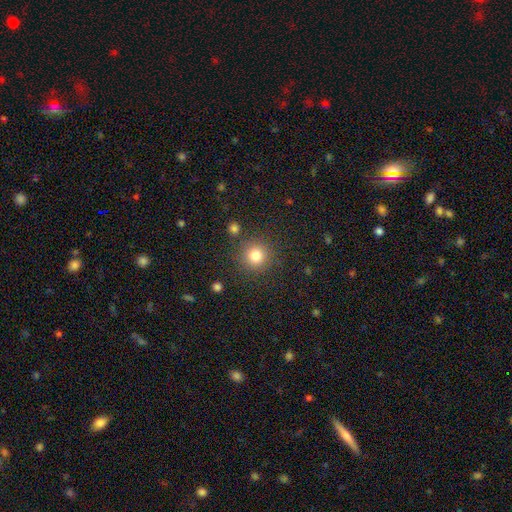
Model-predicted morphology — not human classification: Q: Smooth or featured?
A: smooth (81%); runner-up: star or artifact (13%)
Q: How rounded?
A: round (94%); runner-up: in between (5%)
Q: Merging?
A: none (86%); runner-up: minor disturbance (7%)